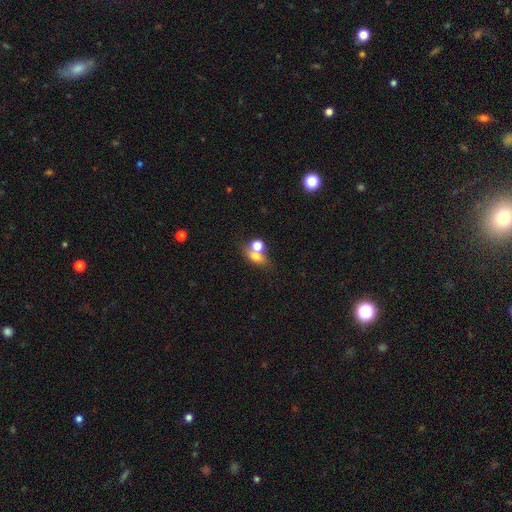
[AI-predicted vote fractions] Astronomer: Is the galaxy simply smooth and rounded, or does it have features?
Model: smooth — 70%.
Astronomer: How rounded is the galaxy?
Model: in between — 56% (runner-up: round, 39%).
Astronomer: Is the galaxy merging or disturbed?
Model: merger — 50% (runner-up: none, 34%).